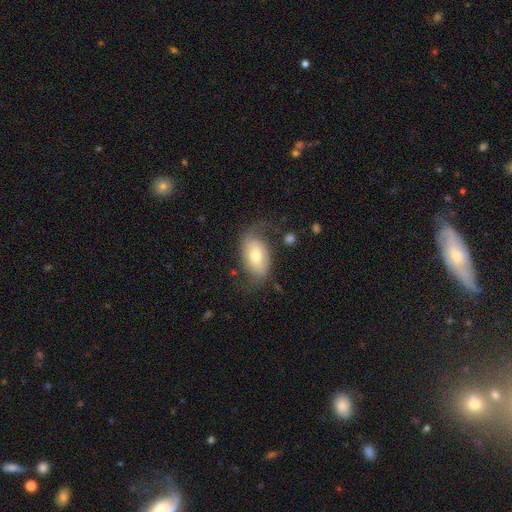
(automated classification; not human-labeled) Overall: smooth (51%; featured or disk 41%). How rounded: in between (88%). Merging: none (56%; minor disturbance 25%).